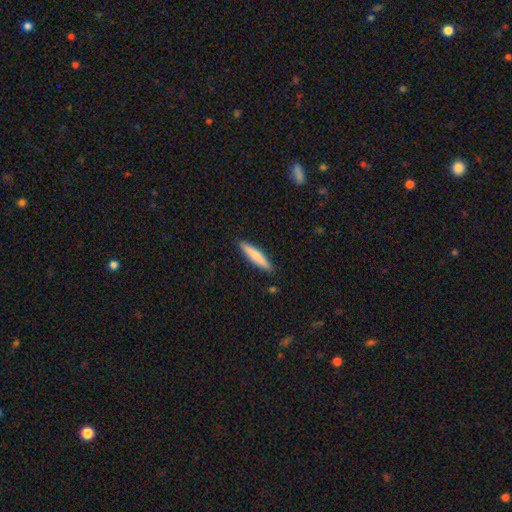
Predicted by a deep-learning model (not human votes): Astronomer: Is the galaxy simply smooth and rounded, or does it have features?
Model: smooth — 77%.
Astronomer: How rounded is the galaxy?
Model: cigar-shaped — 87%.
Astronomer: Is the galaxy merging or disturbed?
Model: none — 89%.